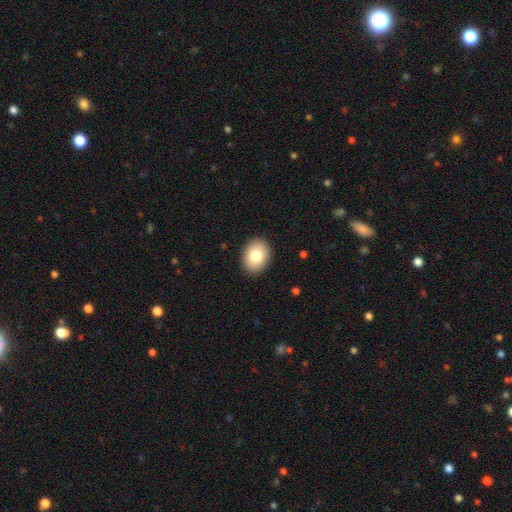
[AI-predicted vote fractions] This is clearly a smooth galaxy (80%). How rounded: likely in between (66%). Merging: clearly none (90%).